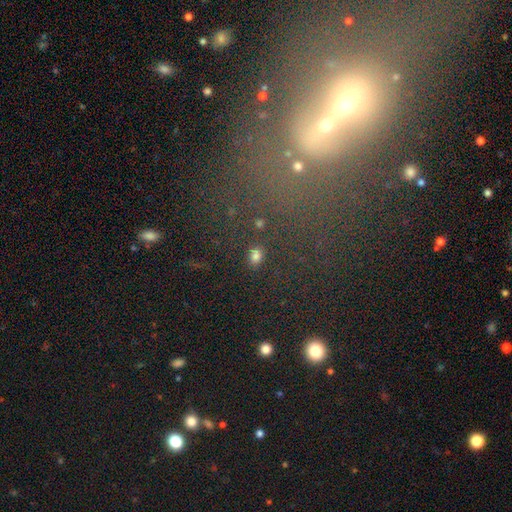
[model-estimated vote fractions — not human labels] Overall: smooth (77%). How rounded: in between (63%; round 35%). Merging: none (81%).